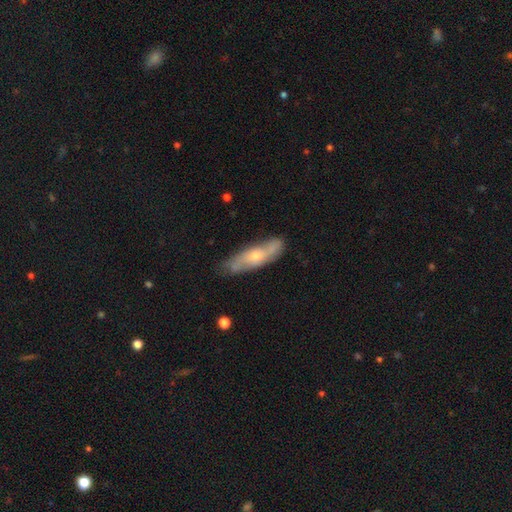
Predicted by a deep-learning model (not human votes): Smooth or featured?
  - featured or disk: 61% *
  - smooth: 33%
  - star or artifact: 6%
Edge-on disk?
  - no: 66% *
  - yes: 34%
Merging?
  - none: 75% *
  - minor disturbance: 19%
  - major disturbance: 4%
  - merger: 2%